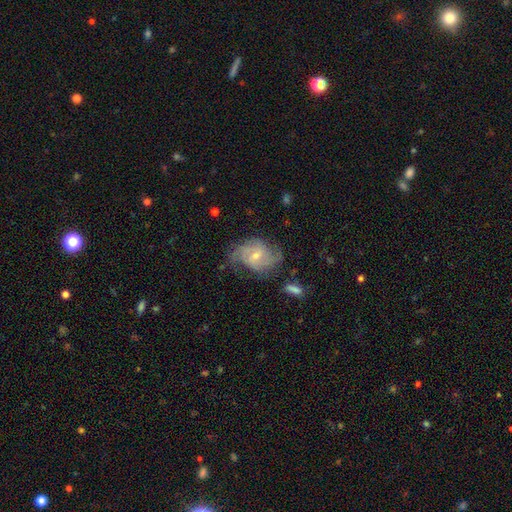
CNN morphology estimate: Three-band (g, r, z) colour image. It shows a featured or disk galaxy (77%) with a weak bar (51%), 2 (47%) medium (45%) spiral arms (91%) and a small central bulge (59%). Merging: none (56%).